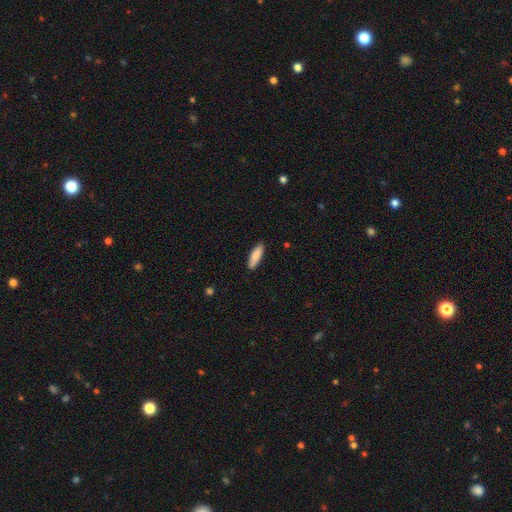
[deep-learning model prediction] Smooth or featured: smooth — 85% (featured or disk — 9%)
How rounded: cigar-shaped — 59% (in between — 40%)
Merging: none — 87% (minor disturbance — 10%)